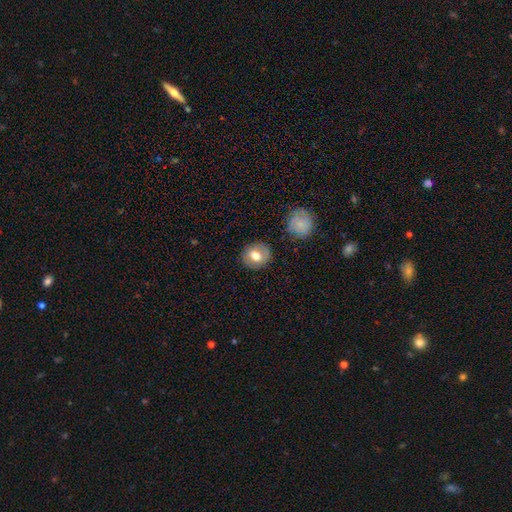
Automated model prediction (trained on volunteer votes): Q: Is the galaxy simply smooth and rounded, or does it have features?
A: smooth — 72%.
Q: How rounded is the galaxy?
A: round — 82%.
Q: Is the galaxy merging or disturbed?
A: none — 85%.